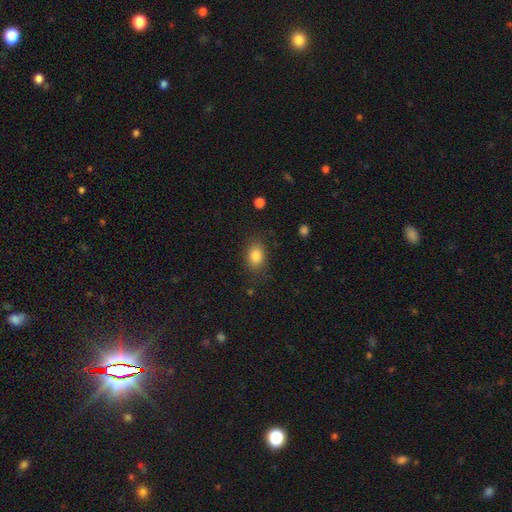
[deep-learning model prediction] smooth 83%, star or artifact 10%, featured or disk 7%. Down the decision tree: how rounded — in between (70%); merging — none (81%).